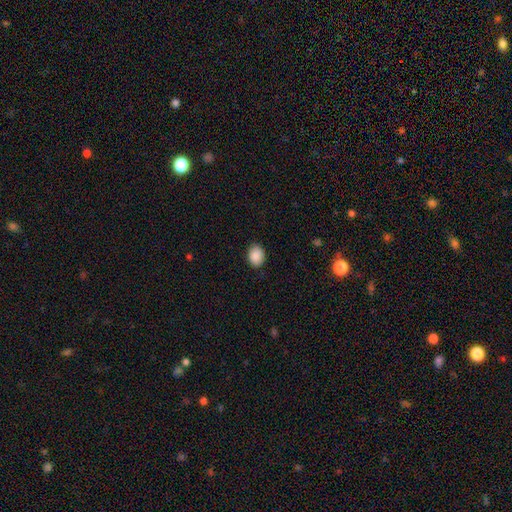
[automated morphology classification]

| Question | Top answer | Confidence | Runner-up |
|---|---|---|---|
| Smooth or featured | smooth | 90% | star or artifact (8%) |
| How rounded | in between | 62% | round (37%) |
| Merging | none | 87% | minor disturbance (10%) |